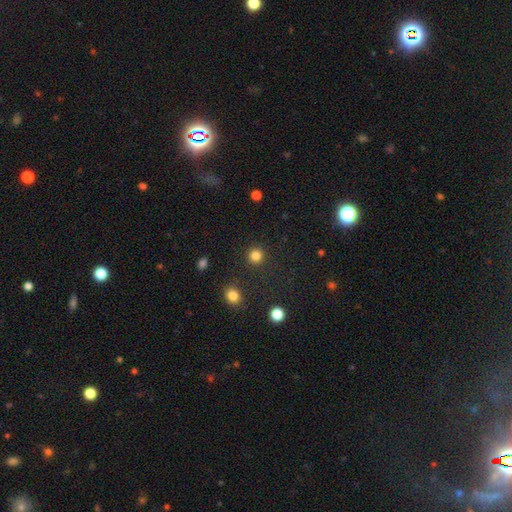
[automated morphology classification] A smooth galaxy with no disk features (84%) that is round (94%). Merging: none (91%).